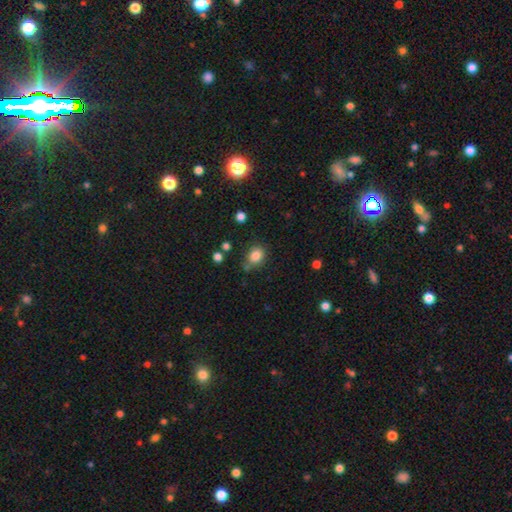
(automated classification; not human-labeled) Smooth or featured? smooth (83%)
How rounded? round (55%)
Merging? none (69%)